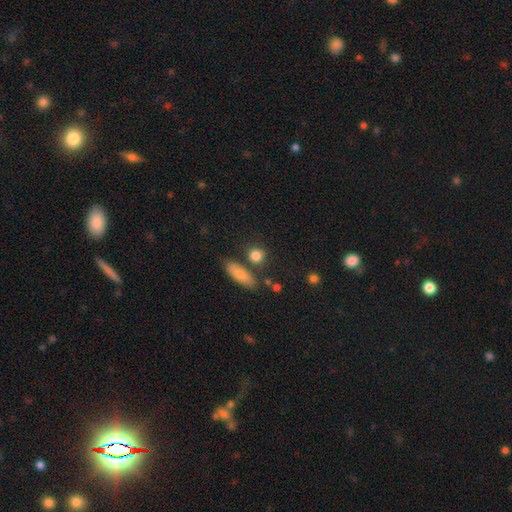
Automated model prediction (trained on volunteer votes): smooth_or_featured: smooth (p=0.84) [alt: star or artifact p=0.09]
how_rounded: round (p=0.73) [alt: in between p=0.21]
merging: none (p=0.75) [alt: minor disturbance p=0.11]